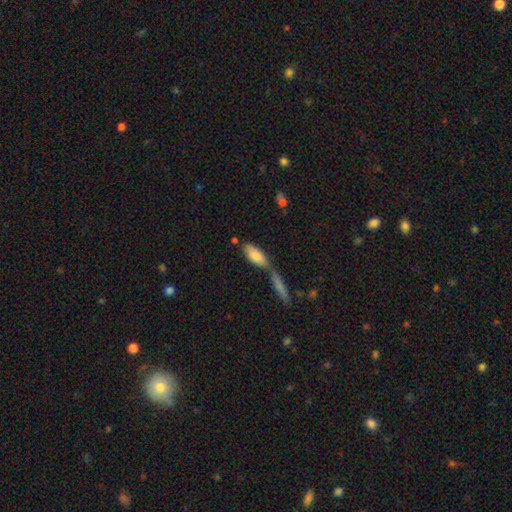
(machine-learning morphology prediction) This is likely a smooth galaxy (79%). How rounded: likely in between (73%). Merging: marginally merger (44%).